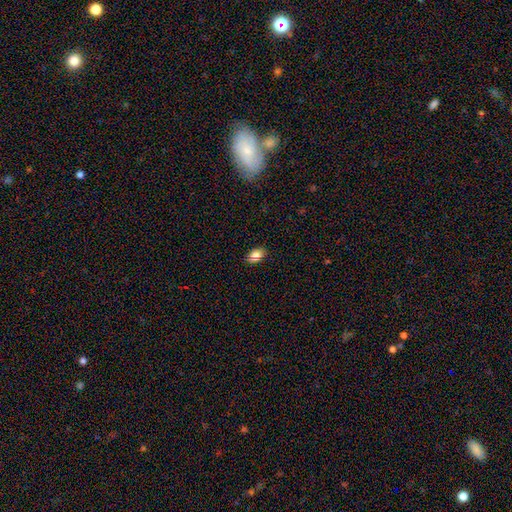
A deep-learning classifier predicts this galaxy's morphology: The model was most divided on "how rounded": in between: 85%, round: 14%, cigar-shaped: 2%. More confident: merging — none (86%); smooth or featured — smooth (83%).